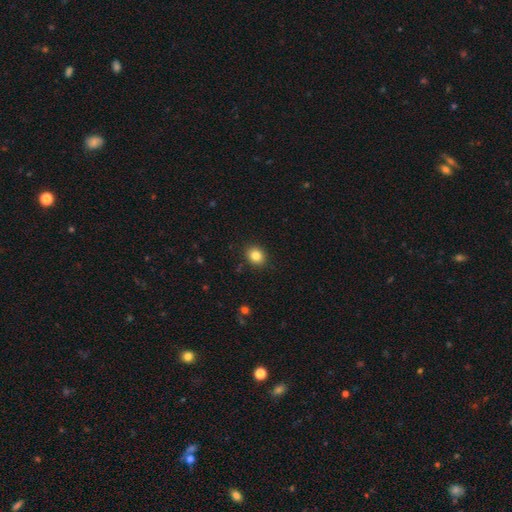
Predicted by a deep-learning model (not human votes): Overall: smooth (84%). How rounded: round (59%; in between 40%). Merging: none (90%).